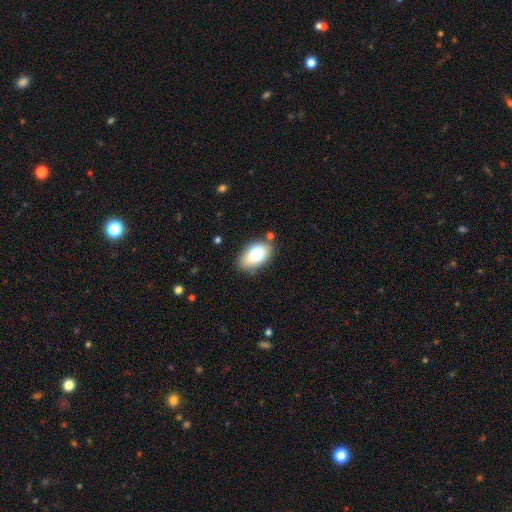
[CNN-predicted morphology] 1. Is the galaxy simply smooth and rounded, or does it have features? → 74% smooth, 16% featured or disk, 10% star or artifact.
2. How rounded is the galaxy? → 89% in between, 9% round, 2% cigar-shaped.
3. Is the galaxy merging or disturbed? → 73% none, 16% minor disturbance, 6% merger, 5% major disturbance.